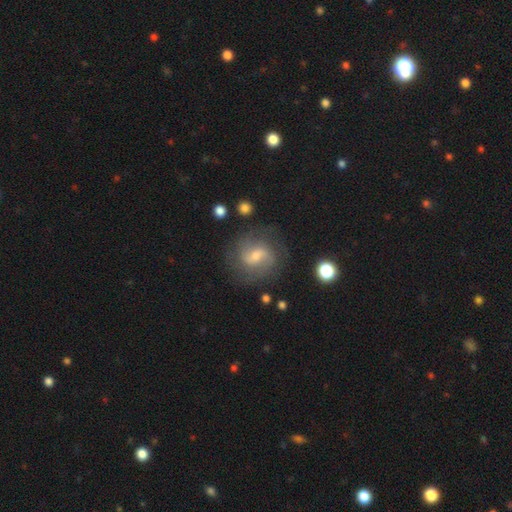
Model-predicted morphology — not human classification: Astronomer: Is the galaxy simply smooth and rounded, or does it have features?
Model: featured or disk — 72%.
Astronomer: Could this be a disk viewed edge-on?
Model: no — 97%.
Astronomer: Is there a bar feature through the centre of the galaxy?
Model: weak — 56%.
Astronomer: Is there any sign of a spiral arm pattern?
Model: yes — 90%.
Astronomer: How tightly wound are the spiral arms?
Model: medium — 46% (runner-up: loose, 27%).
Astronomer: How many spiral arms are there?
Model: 2 — 69%.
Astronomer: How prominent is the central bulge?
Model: small — 49% (runner-up: moderate, 43%).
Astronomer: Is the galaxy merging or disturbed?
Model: none — 76%.